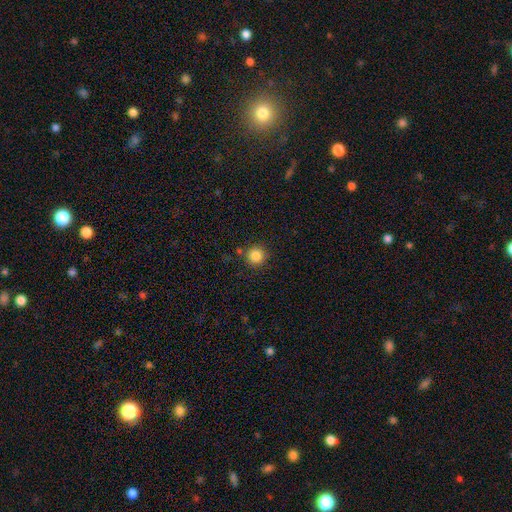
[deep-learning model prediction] Q: Smooth or featured?
A: smooth (85%); runner-up: star or artifact (11%)
Q: How rounded?
A: round (94%); runner-up: in between (5%)
Q: Merging?
A: none (85%); runner-up: minor disturbance (8%)